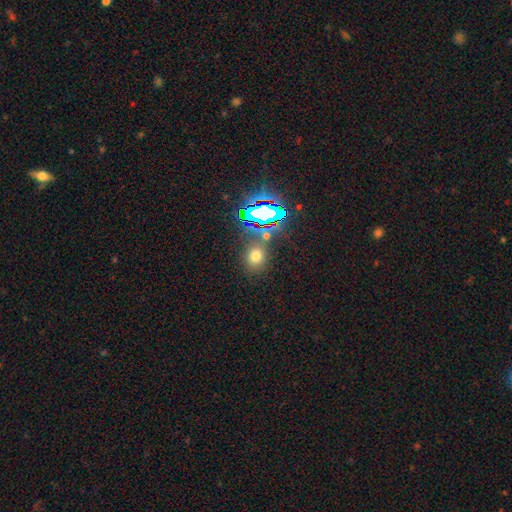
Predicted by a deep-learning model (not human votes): Smooth or featured?
  - smooth: 62% *
  - star or artifact: 29%
  - featured or disk: 9%
How rounded?
  - round: 60% *
  - in between: 39%
  - cigar-shaped: 1%
Merging?
  - none: 76% *
  - minor disturbance: 10%
  - merger: 9%
  - major disturbance: 5%